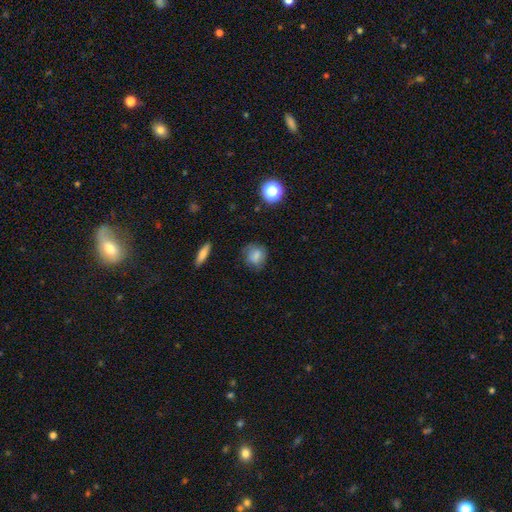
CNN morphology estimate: This appears to be a smooth galaxy with no disk features (72%) that is round (71%). Merging: none (69%).